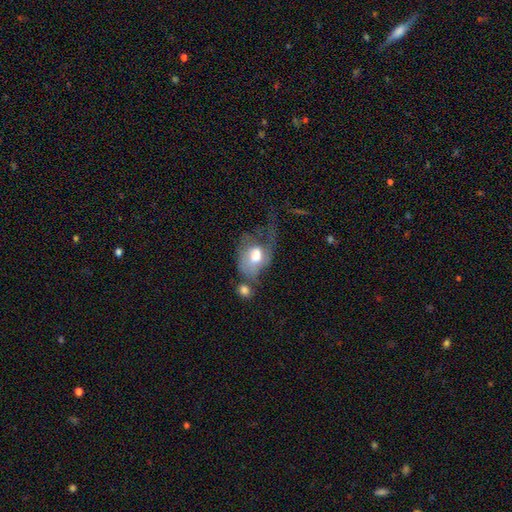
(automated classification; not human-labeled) Q: Smooth or featured?
A: smooth (57%); runner-up: featured or disk (35%)
Q: How rounded?
A: in between (75%); runner-up: round (23%)
Q: Merging?
A: major disturbance (52%); runner-up: merger (19%)